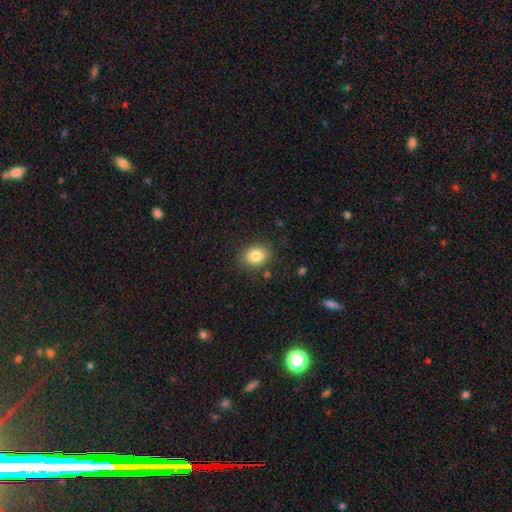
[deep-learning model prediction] Smooth or featured? smooth (83%)
How rounded? in between (57%)
Merging? none (84%)